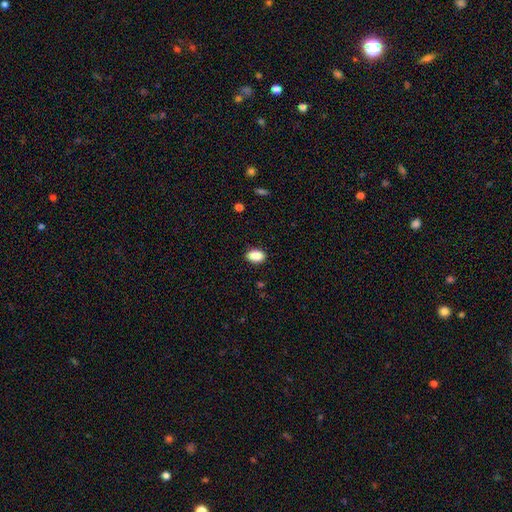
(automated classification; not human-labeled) Q: Smooth or featured?
A: smooth (88%); runner-up: star or artifact (8%)
Q: How rounded?
A: in between (87%); runner-up: round (12%)
Q: Merging?
A: none (89%); runner-up: minor disturbance (9%)